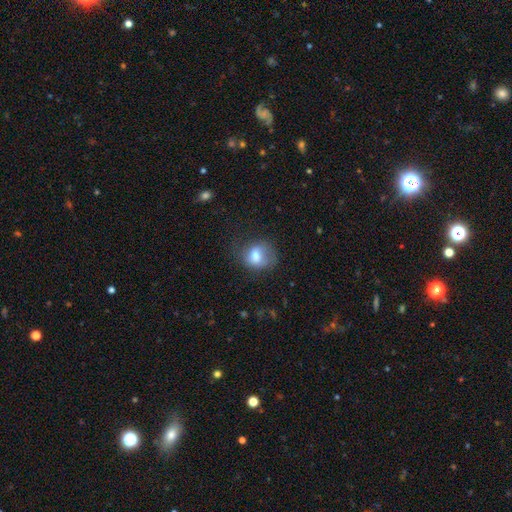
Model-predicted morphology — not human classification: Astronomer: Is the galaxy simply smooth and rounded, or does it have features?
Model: smooth — 69%.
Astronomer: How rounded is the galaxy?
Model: round — 55% (runner-up: in between, 44%).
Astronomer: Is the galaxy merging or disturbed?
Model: none — 52% (runner-up: minor disturbance, 27%).